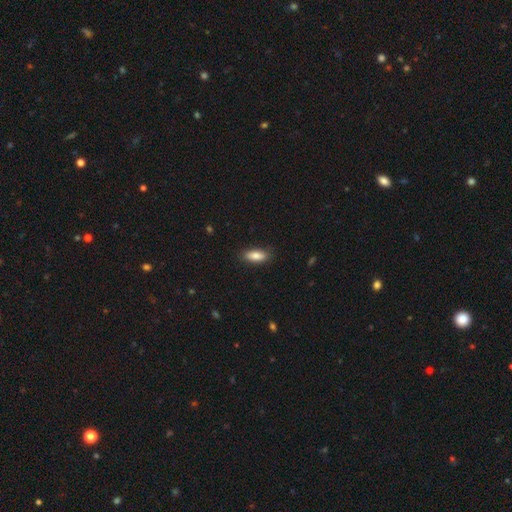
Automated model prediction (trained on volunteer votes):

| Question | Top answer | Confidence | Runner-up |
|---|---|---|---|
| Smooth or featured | smooth | 83% | featured or disk (10%) |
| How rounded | in between | 75% | cigar-shaped (23%) |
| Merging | none | 85% | minor disturbance (11%) |